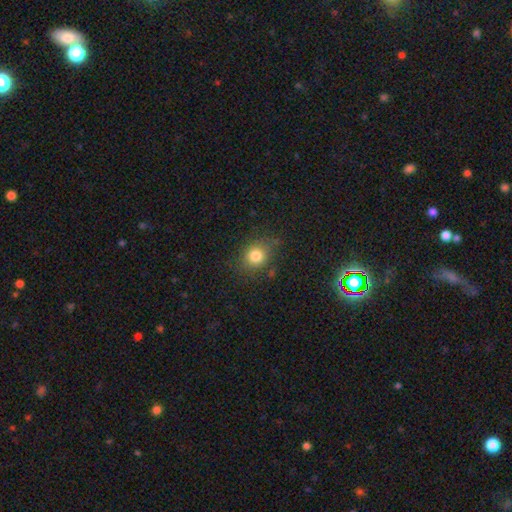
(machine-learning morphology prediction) Smooth or featured?
  - smooth: 80% *
  - star or artifact: 12%
  - featured or disk: 8%
How rounded?
  - round: 65% *
  - in between: 34%
  - cigar-shaped: 1%
Merging?
  - none: 79% *
  - minor disturbance: 14%
  - major disturbance: 5%
  - merger: 2%